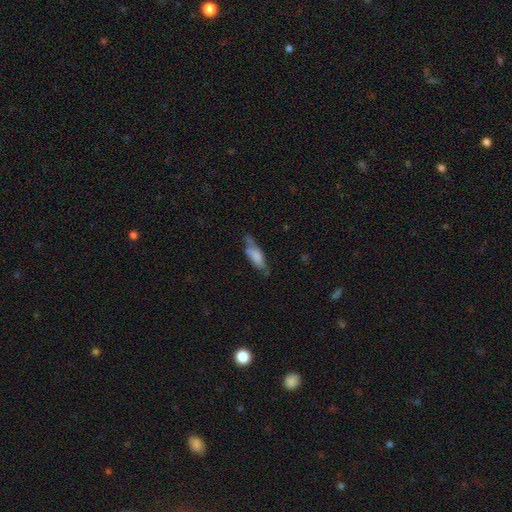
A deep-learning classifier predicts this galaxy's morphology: Smooth or featured? Predicted: smooth (p=0.71). How rounded? Predicted: in between (p=0.57). Merging? Predicted: none (p=0.50).